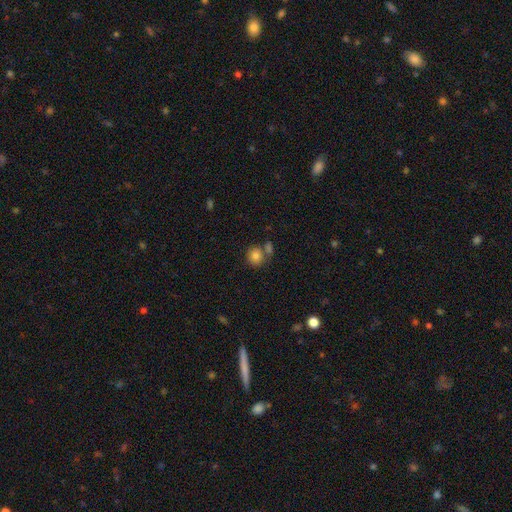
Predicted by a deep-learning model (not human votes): smooth_or_featured: smooth (p=0.83) [alt: star or artifact p=0.10]
how_rounded: round (p=0.84) [alt: in between p=0.15]
merging: none (p=0.61) [alt: merger p=0.25]